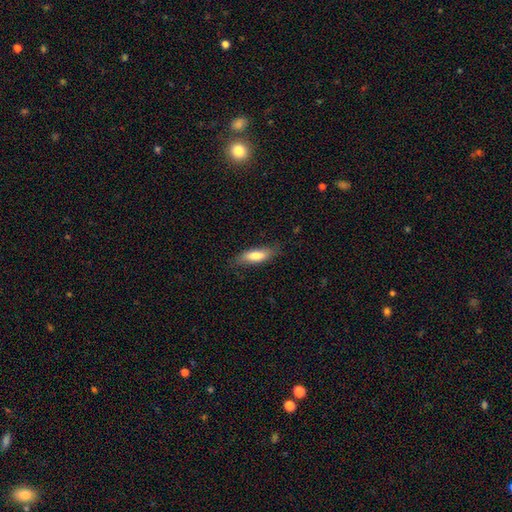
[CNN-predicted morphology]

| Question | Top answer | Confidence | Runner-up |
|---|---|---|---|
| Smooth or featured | smooth | 77% | featured or disk (17%) |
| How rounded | in between | 55% | cigar-shaped (43%) |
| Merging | none | 76% | minor disturbance (19%) |